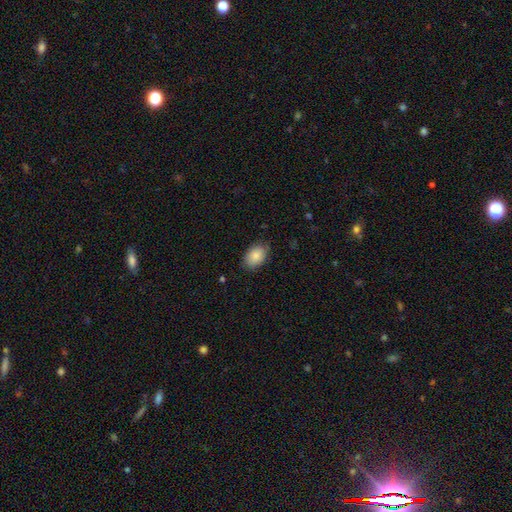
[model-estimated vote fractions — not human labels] A smooth galaxy with no disk features (85%) that is in between round and cigar-shaped (84%). Merging: none (77%).